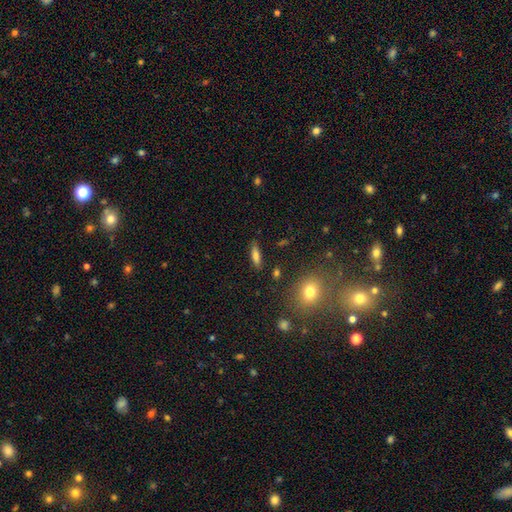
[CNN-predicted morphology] smooth 77%, featured or disk 14%, star or artifact 10%. Down the decision tree: how rounded — in between (50%); merging — none (83%).